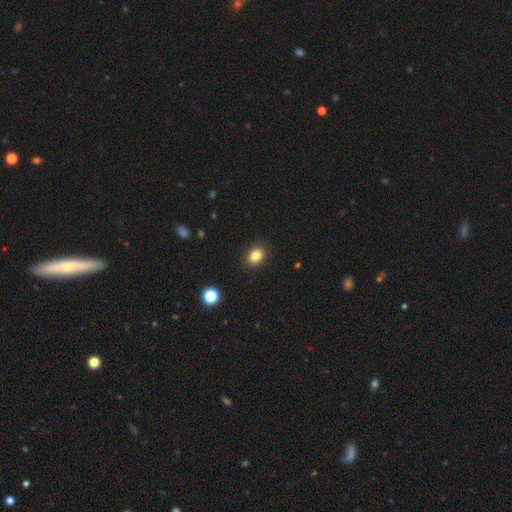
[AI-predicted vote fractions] The model was most divided on "how rounded": in between: 52%, round: 48%, cigar-shaped: 1%. More confident: merging — none (90%); smooth or featured — smooth (84%).